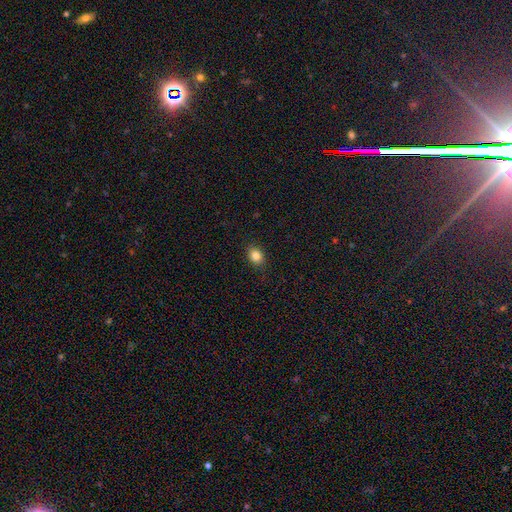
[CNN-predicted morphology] Overall: smooth (84%). How rounded: in between (59%; round 40%). Merging: none (86%).